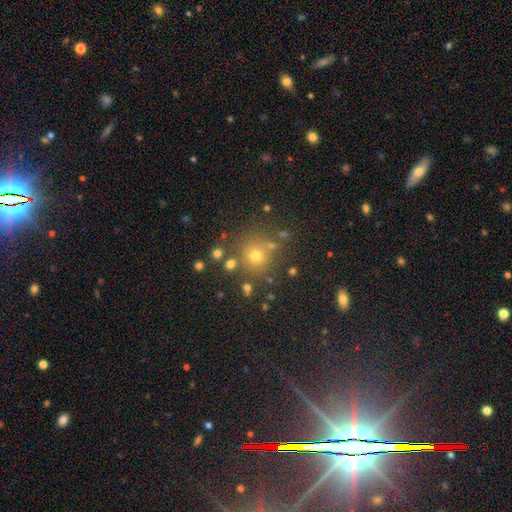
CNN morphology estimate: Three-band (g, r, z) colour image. It shows a smooth galaxy with no disk features (65%) that is round (92%). Merging: none (78%).